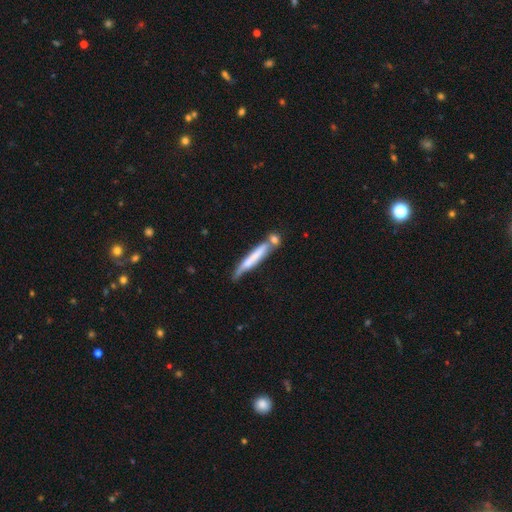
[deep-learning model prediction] This appears to be a smooth galaxy with no disk features (53%) that is cigar-shaped (93%). Merging: none (49%).